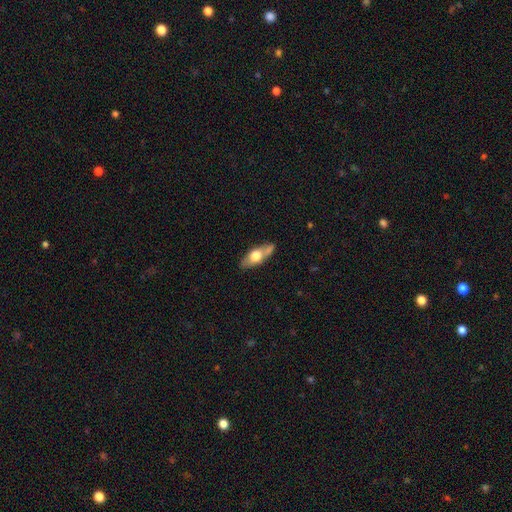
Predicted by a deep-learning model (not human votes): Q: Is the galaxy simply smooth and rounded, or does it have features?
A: smooth — 52%.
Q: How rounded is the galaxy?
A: in between — 66%.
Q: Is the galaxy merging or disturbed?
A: none — 67%.